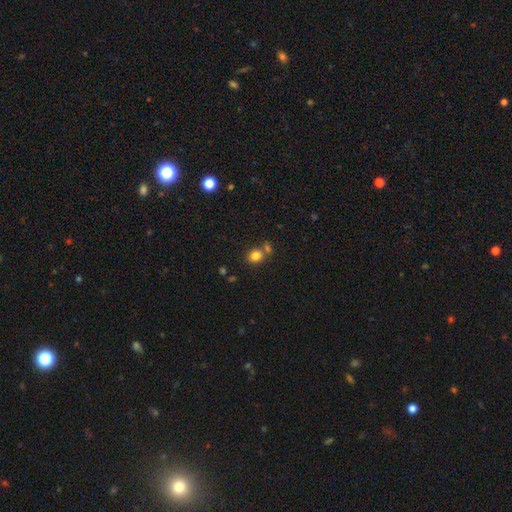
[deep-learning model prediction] The model was most divided on "merging": none: 64%, merger: 23%, minor disturbance: 10%, major disturbance: 4%. More confident: smooth or featured — smooth (82%); how rounded — round (75%).